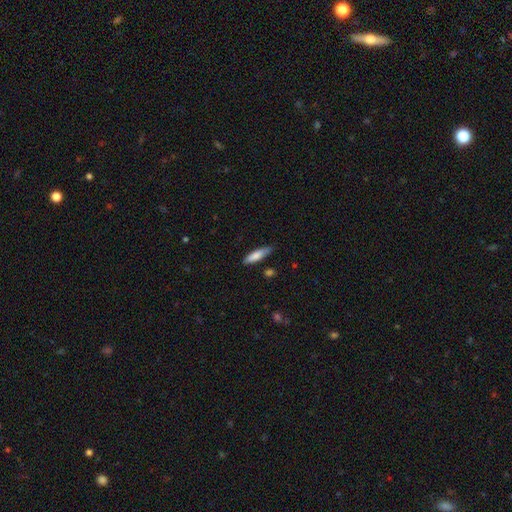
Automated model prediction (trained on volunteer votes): This is likely a smooth galaxy (79%). How rounded: likely cigar-shaped (71%). Merging: likely none (79%).